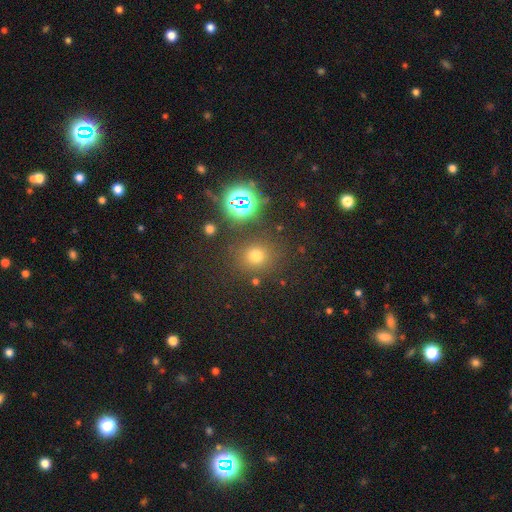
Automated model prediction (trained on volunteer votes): This appears to be a smooth galaxy with no disk features (66%) that is round (86%). Merging: none (81%).